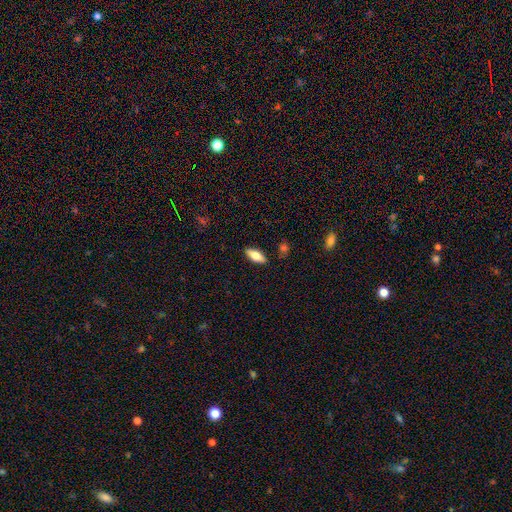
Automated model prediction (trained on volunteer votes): Q: Smooth or featured?
A: smooth (71%); runner-up: featured or disk (22%)
Q: How rounded?
A: in between (77%); runner-up: cigar-shaped (21%)
Q: Merging?
A: none (87%); runner-up: minor disturbance (10%)